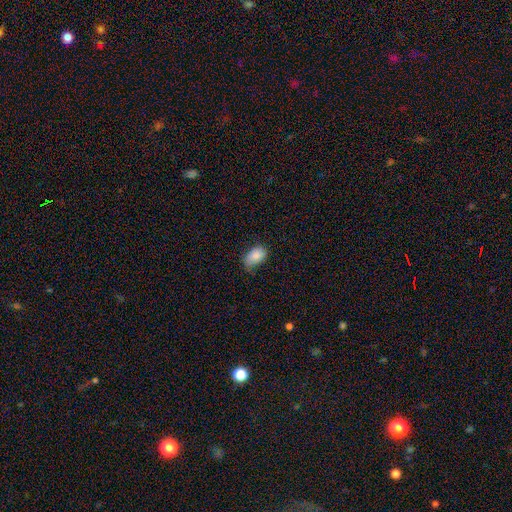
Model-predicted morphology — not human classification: Smooth or featured?
  - smooth: 87% *
  - star or artifact: 7%
  - featured or disk: 5%
How rounded?
  - in between: 91% *
  - round: 8%
  - cigar-shaped: 1%
Merging?
  - none: 63% *
  - minor disturbance: 30%
  - major disturbance: 6%
  - merger: 1%